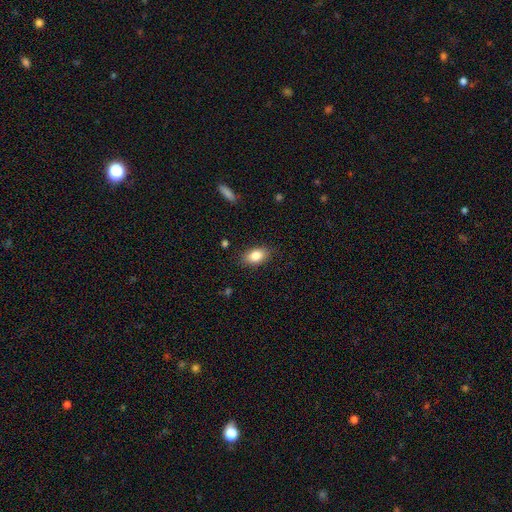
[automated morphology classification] Smooth or featured: smooth — 84% (featured or disk — 9%)
How rounded: in between — 89% (round — 9%)
Merging: none — 85% (minor disturbance — 11%)